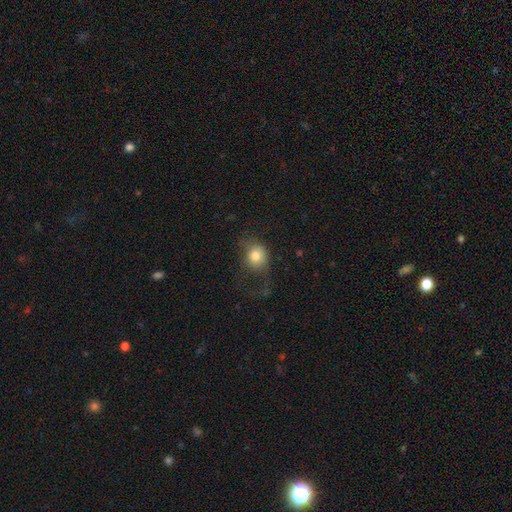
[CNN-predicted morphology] Smooth or featured? Predicted: smooth (p=0.78). How rounded? Predicted: round (p=0.73). Merging? Predicted: none (p=0.40).